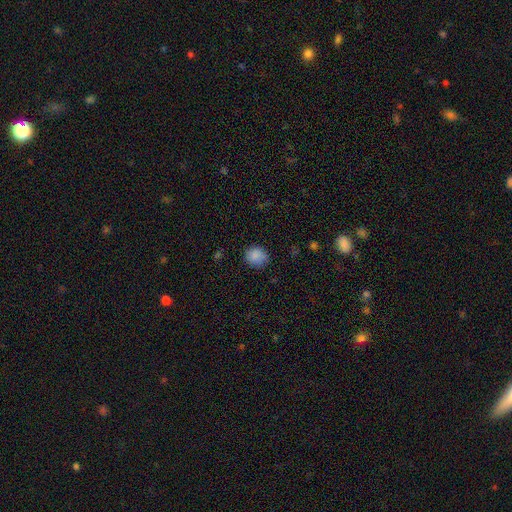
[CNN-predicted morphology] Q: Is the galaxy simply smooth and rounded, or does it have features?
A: smooth — 87%.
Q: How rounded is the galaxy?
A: round — 77%.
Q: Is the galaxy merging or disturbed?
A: none — 81%.